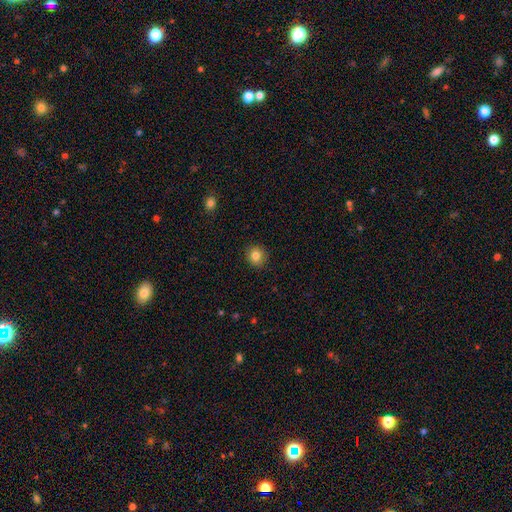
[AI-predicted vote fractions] A smooth galaxy with no disk features (83%) that is round (86%).

Vote fractions:
- Smooth or featured? smooth: 83% / star or artifact: 11% / featured or disk: 7%
- How rounded? round: 86% / in between: 13% / cigar-shaped: 1%
- Merging? none: 91% / minor disturbance: 6% / major disturbance: 2% / merger: 1%